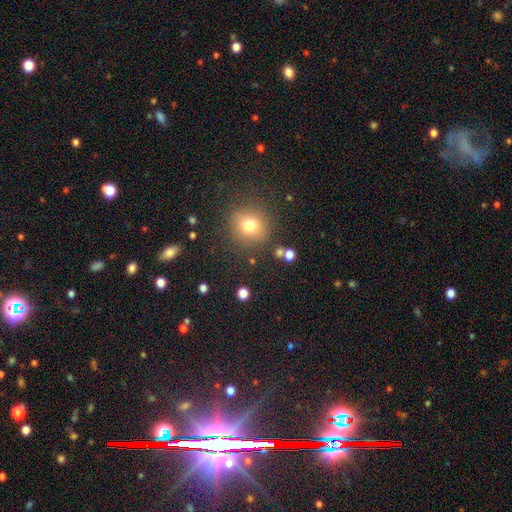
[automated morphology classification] Q: Smooth or featured?
A: star or artifact (53%); runner-up: smooth (36%)